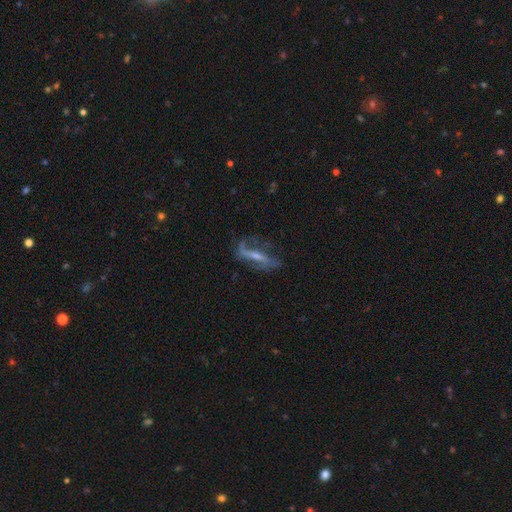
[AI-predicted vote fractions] Smooth or featured? featured or disk (73%)
Edge-on disk? no (64%)
Merging? none (50%)